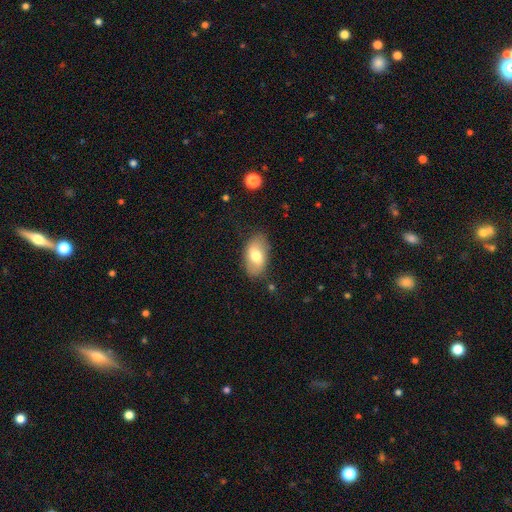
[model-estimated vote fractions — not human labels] The model was most divided on "smooth or featured": smooth: 68%, featured or disk: 25%, star or artifact: 7%. More confident: how rounded — in between (93%); merging — none (79%).